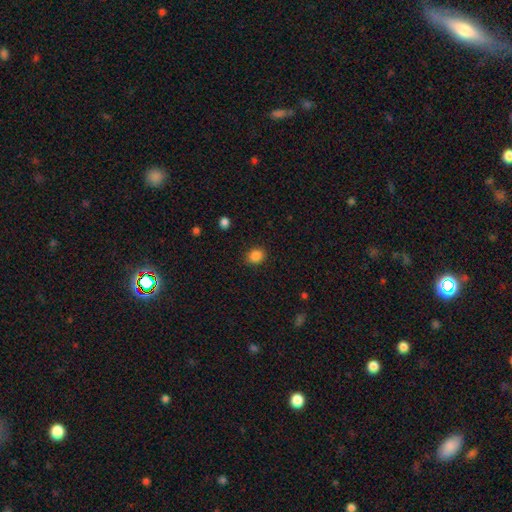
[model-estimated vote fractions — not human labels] Q: Smooth or featured?
A: smooth (86%); runner-up: star or artifact (11%)
Q: How rounded?
A: round (62%); runner-up: in between (37%)
Q: Merging?
A: none (88%); runner-up: minor disturbance (9%)